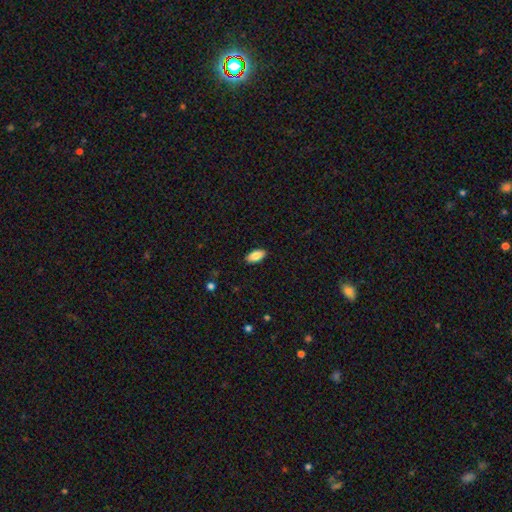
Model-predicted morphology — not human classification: A smooth galaxy with no disk features (85%) that is in between round and cigar-shaped (92%).

Vote fractions:
- Smooth or featured? smooth: 85% / featured or disk: 8% / star or artifact: 7%
- How rounded? in between: 92% / cigar-shaped: 5% / round: 2%
- Merging? none: 89% / minor disturbance: 8% / major disturbance: 2% / merger: 1%